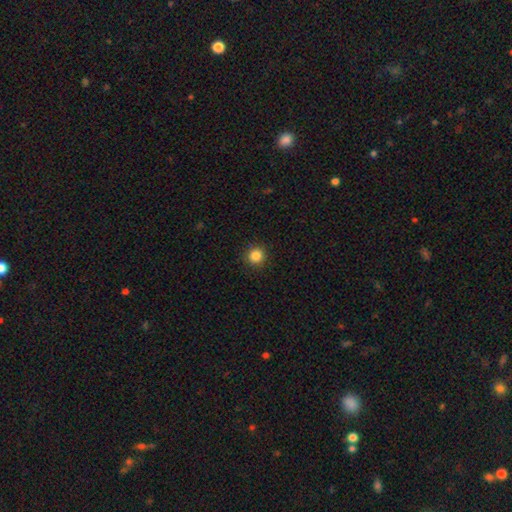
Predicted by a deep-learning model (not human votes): Smooth or featured? Predicted: smooth (p=0.85). How rounded? Predicted: round (p=0.94). Merging? Predicted: none (p=0.92).